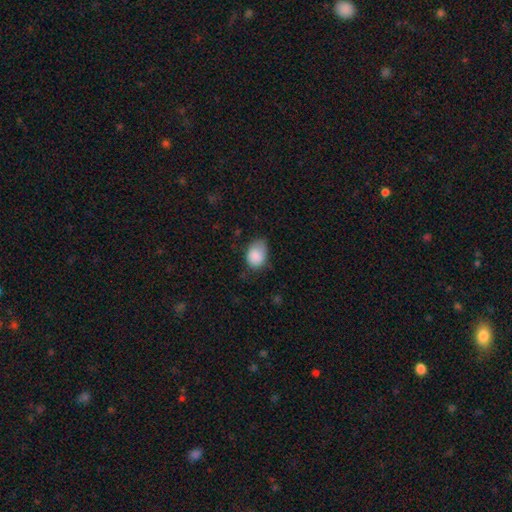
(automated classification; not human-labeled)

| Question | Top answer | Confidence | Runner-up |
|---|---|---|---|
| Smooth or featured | smooth | 86% | star or artifact (7%) |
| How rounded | in between | 75% | round (24%) |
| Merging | none | 51% | minor disturbance (38%) |